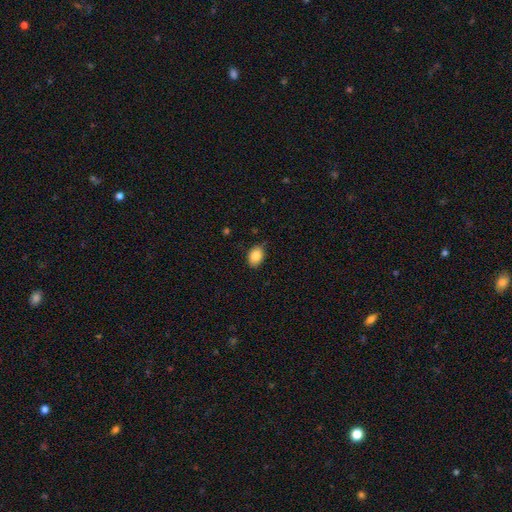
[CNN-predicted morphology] smooth 86%, star or artifact 8%, featured or disk 6%. Down the decision tree: how rounded — in between (77%); merging — none (77%).